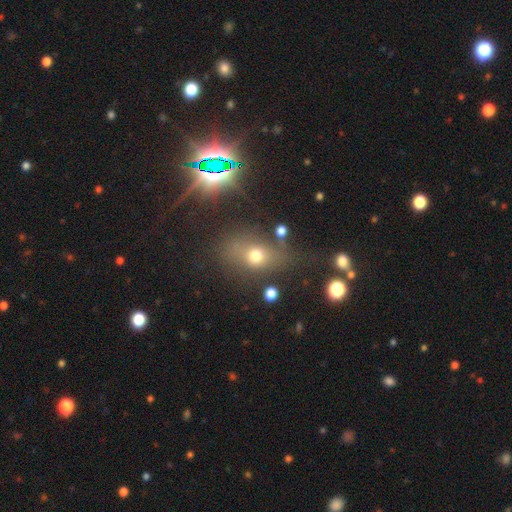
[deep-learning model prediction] Smooth or featured?
  - smooth: 63% *
  - star or artifact: 19%
  - featured or disk: 18%
How rounded?
  - in between: 61% *
  - round: 35%
  - cigar-shaped: 4%
Merging?
  - none: 58% *
  - minor disturbance: 19%
  - major disturbance: 14%
  - merger: 9%